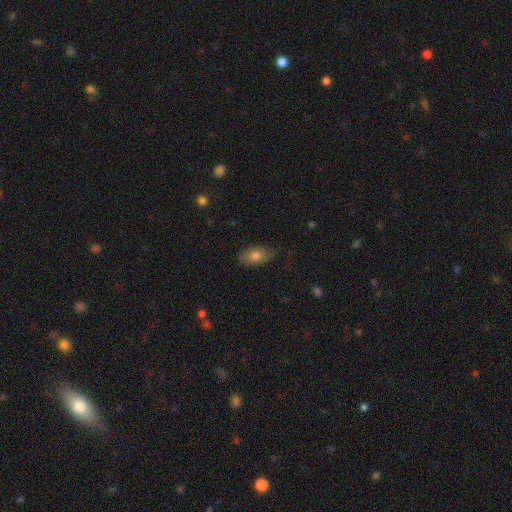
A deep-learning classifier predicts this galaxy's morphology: smooth-or-featured: smooth: 72% | featured or disk: 20% | star or artifact: 8%
  how-rounded: in between: 90% | round: 7% | cigar-shaped: 3%
  merging: none: 72% | minor disturbance: 22% | major disturbance: 4% | merger: 1%